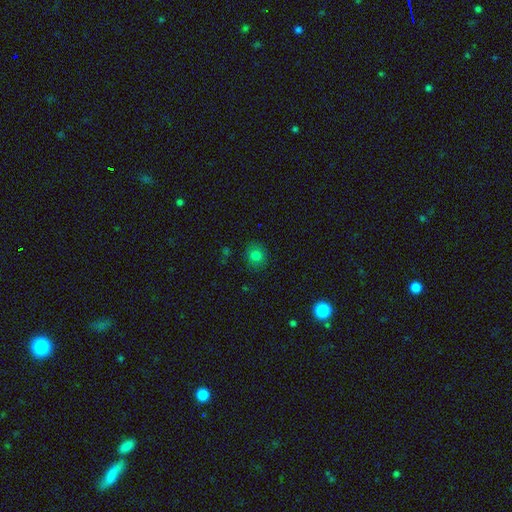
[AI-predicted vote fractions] A smooth galaxy with no disk features (79%) that is round (78%).

Vote fractions:
- Smooth or featured? smooth: 79% / star or artifact: 14% / featured or disk: 7%
- How rounded? round: 78% / in between: 21% / cigar-shaped: 1%
- Merging? none: 87% / minor disturbance: 9% / major disturbance: 2% / merger: 1%